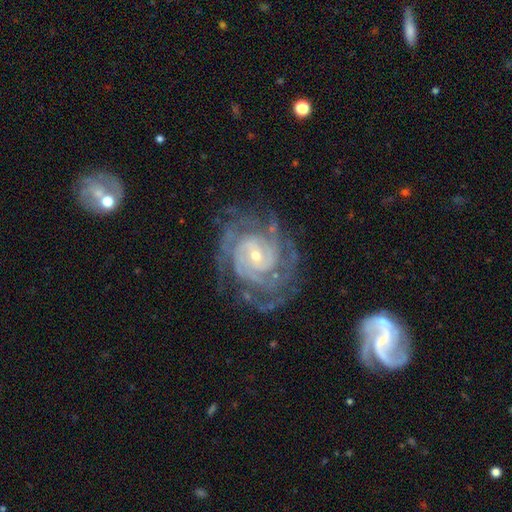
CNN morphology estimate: smooth_or_featured: featured or disk (p=0.91) [alt: star or artifact p=0.05]
disk_edge_on: no (p=0.97) [alt: yes p=0.03]
bar: no (p=0.54) [alt: weak p=0.35]
has_spiral_arms: yes (p=0.98) [alt: no p=0.02]
spiral_winding: tight (p=0.71) [alt: medium p=0.25]
spiral_arm_count: can't tell (p=0.25) [alt: 2 p=0.22]
bulge_size: small (p=0.69) [alt: moderate p=0.28]
merging: none (p=0.71) [alt: minor disturbance p=0.18]